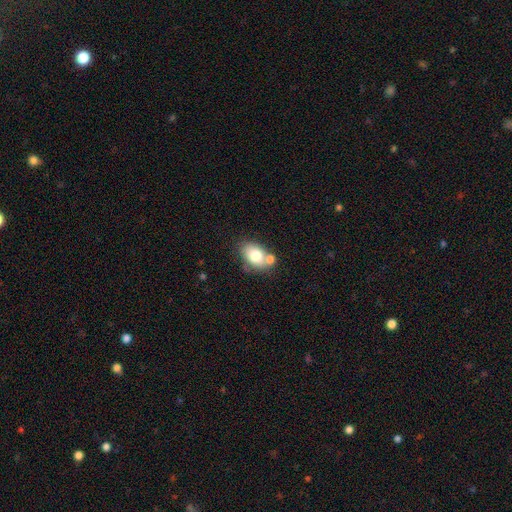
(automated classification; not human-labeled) Smooth or featured? smooth (75%)
How rounded? in between (82%)
Merging? none (49%)